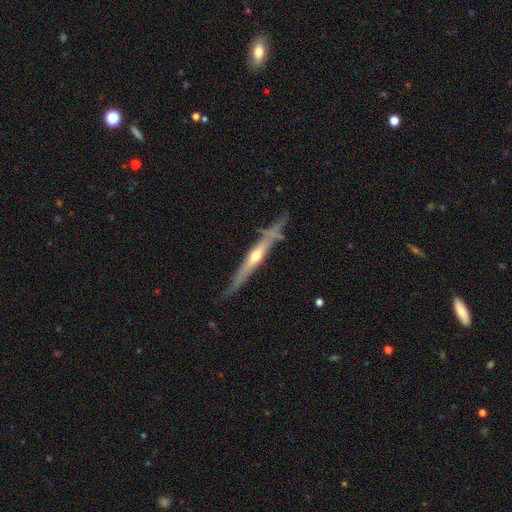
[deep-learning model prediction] A featured or disk galaxy (70%) viewed edge-on (93%) with a rounded central bulge (81%). Merging: none (74%).